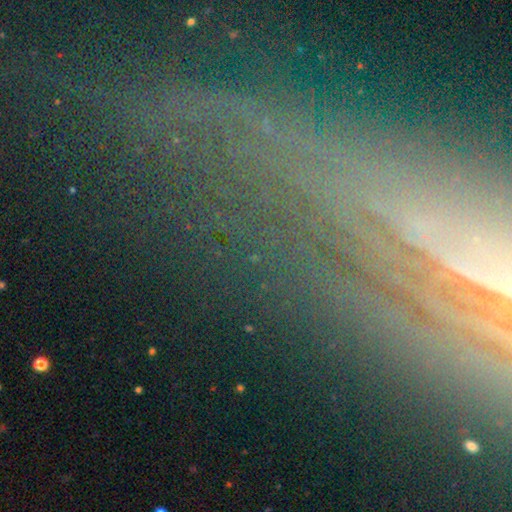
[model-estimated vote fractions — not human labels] star or artifact 56%, featured or disk 27%, smooth 17%.